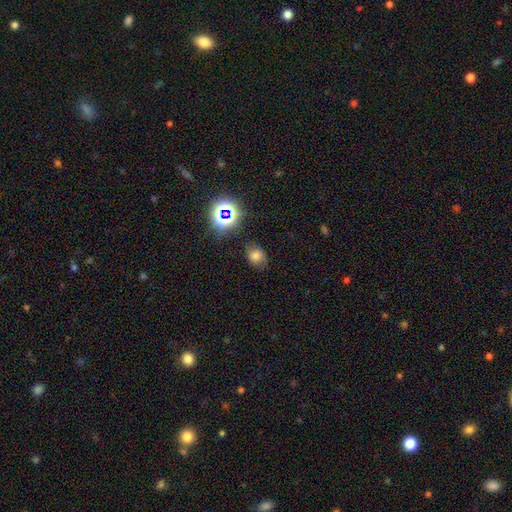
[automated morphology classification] Q: Smooth or featured?
A: smooth (60%); runner-up: star or artifact (22%)
Q: How rounded?
A: in between (54%); runner-up: round (45%)
Q: Merging?
A: none (67%); runner-up: minor disturbance (23%)